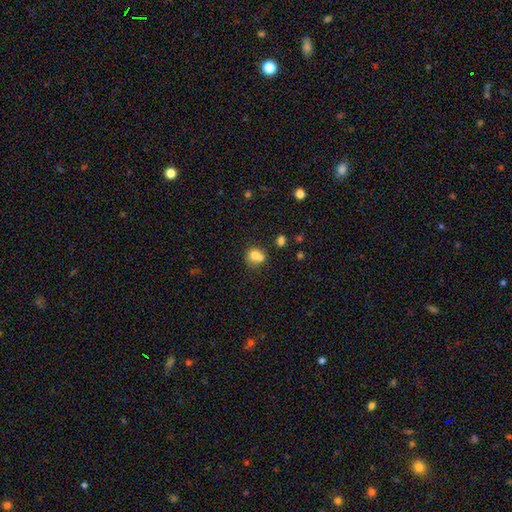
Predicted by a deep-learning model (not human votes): The model was most divided on "merging": merger: 45%, none: 37%, minor disturbance: 12%, major disturbance: 5%. More confident: smooth or featured — smooth (74%); how rounded — round (70%).